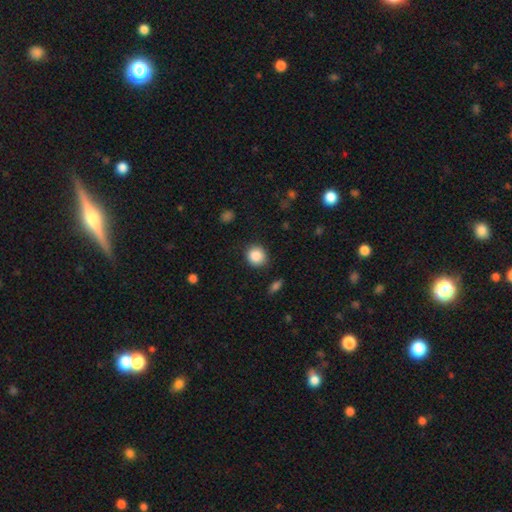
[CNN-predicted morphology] Smooth or featured? Predicted: smooth (p=0.87). How rounded? Predicted: round (p=0.88). Merging? Predicted: none (p=0.86).